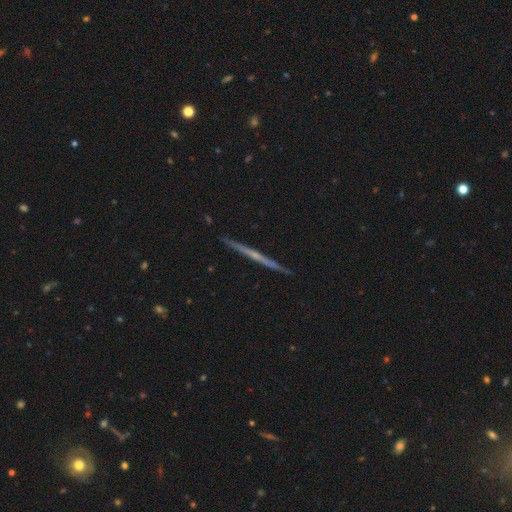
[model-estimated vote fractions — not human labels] Smooth or featured? Predicted: featured or disk (p=0.73). Edge-on disk? Predicted: yes (p=0.98). Edge-on bulge? Predicted: none (p=0.62). Merging? Predicted: none (p=0.92).